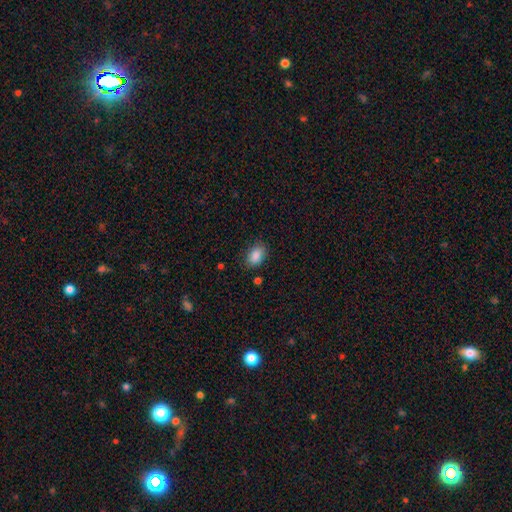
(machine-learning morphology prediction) A smooth galaxy with no disk features (88%) that is in between round and cigar-shaped (86%).

Vote fractions:
- Smooth or featured? smooth: 88% / star or artifact: 8% / featured or disk: 4%
- How rounded? in between: 86% / round: 12% / cigar-shaped: 2%
- Merging? none: 81% / minor disturbance: 14% / major disturbance: 3% / merger: 2%